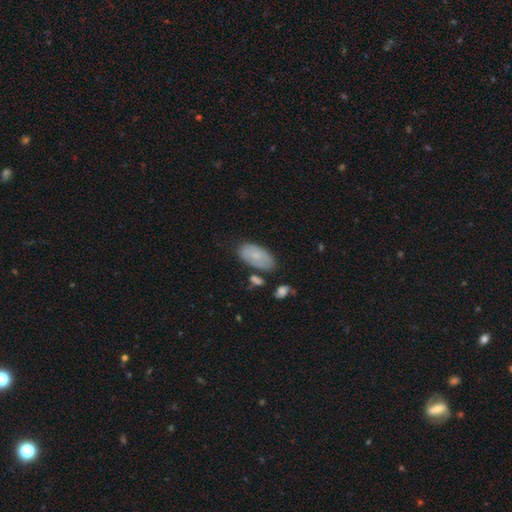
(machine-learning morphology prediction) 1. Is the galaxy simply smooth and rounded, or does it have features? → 73% smooth, 21% featured or disk, 7% star or artifact.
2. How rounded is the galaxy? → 94% in between, 3% cigar-shaped, 3% round.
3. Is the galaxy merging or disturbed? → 67% none, 21% minor disturbance, 7% merger, 5% major disturbance.